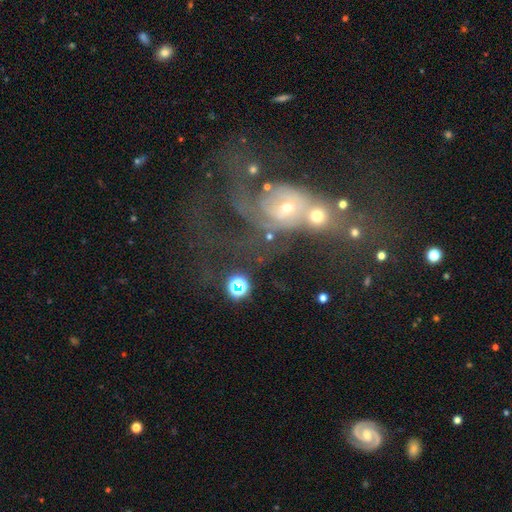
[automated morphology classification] This is likely a featured or disk galaxy (62%). It is clearly not viewed edge-on (96%). Bar: clearly no (80%). Spiral arm pattern: possibly no (50%, tied with yes). Central bulge: possibly small (49%). Merging: marginally merger (34%).